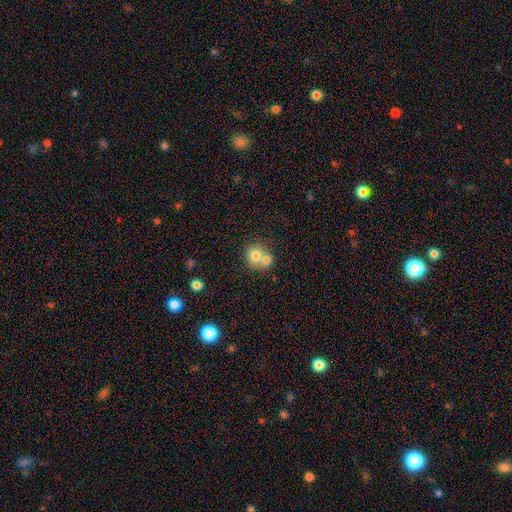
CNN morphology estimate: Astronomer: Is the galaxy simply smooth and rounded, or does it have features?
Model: smooth — 74%.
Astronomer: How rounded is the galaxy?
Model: round — 80%.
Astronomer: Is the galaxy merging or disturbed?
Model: merger — 57% (runner-up: none, 34%).